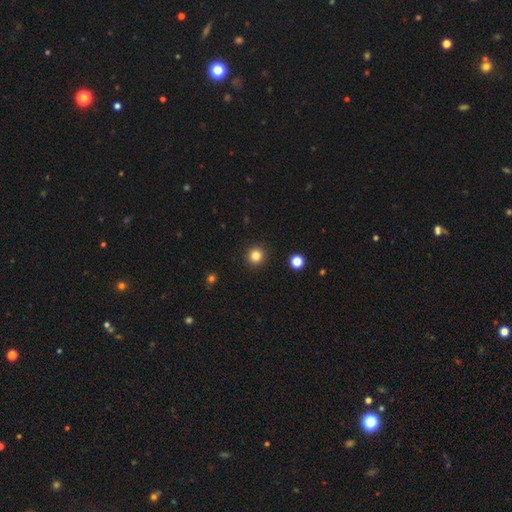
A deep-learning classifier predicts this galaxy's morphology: type=smooth (83%); roundness=round (95%); merging=none (93%).